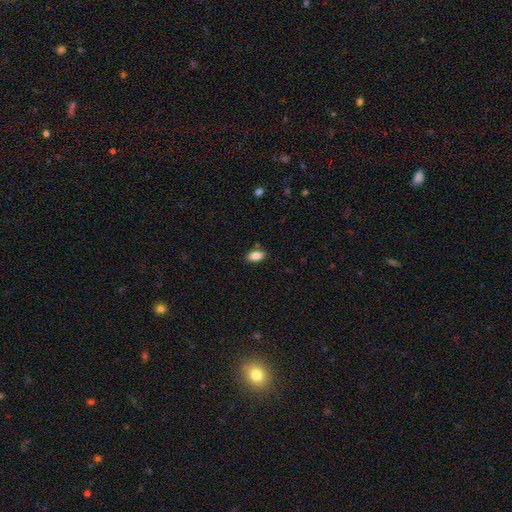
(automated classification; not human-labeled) Morphology: type=smooth (85%); roundness=in between (91%); merging=none (85%).